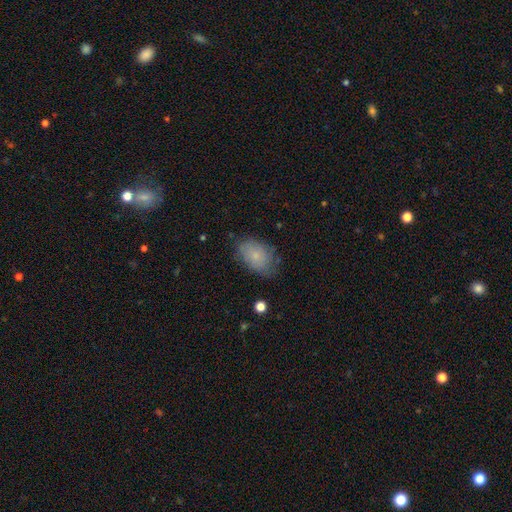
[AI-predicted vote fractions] smooth-or-featured: smooth: 75% | featured or disk: 17% | star or artifact: 8%
  how-rounded: in between: 88% | round: 10% | cigar-shaped: 1%
  merging: none: 65% | minor disturbance: 26% | major disturbance: 7% | merger: 2%